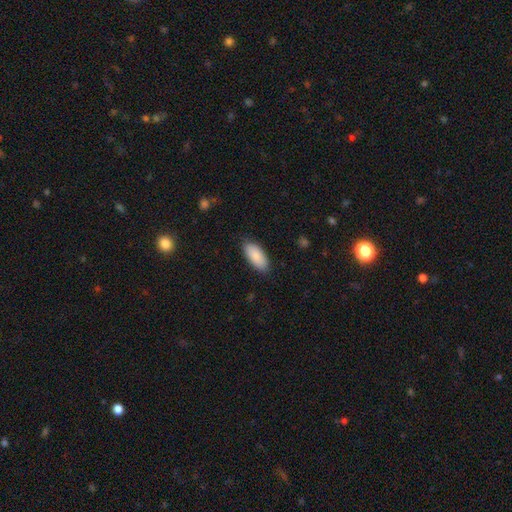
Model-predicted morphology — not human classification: This appears to be a smooth galaxy with no disk features (87%) that is in between round and cigar-shaped (89%). Merging: none (86%).